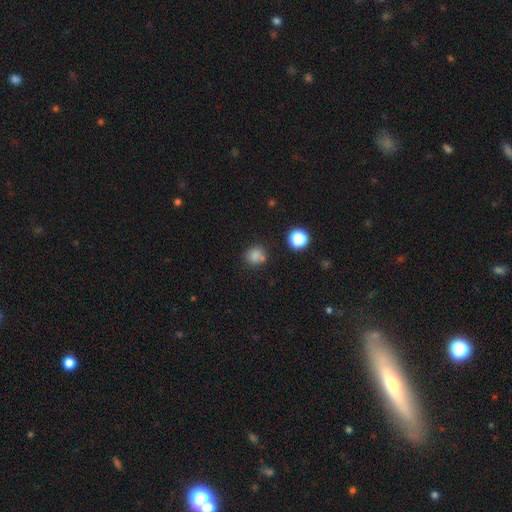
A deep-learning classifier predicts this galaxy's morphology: Smooth or featured? smooth (78%)
How rounded? round (84%)
Merging? none (68%)